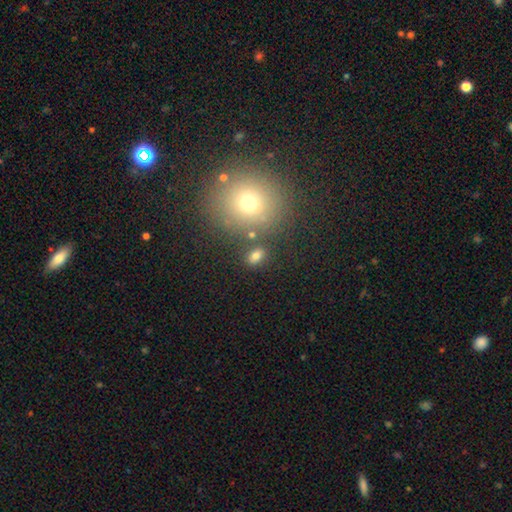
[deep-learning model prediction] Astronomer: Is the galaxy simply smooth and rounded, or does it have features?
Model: smooth — 75%.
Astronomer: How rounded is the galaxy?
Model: in between — 73%.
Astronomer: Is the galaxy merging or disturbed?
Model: none — 77%.